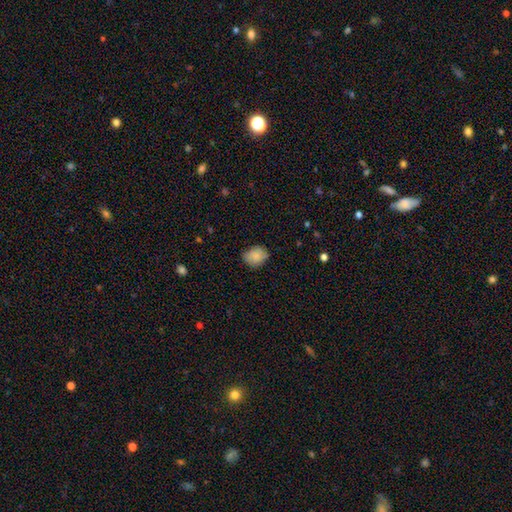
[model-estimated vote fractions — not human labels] smooth 82%, featured or disk 10%, star or artifact 8%. Down the decision tree: how rounded — in between (53%); merging — none (71%).